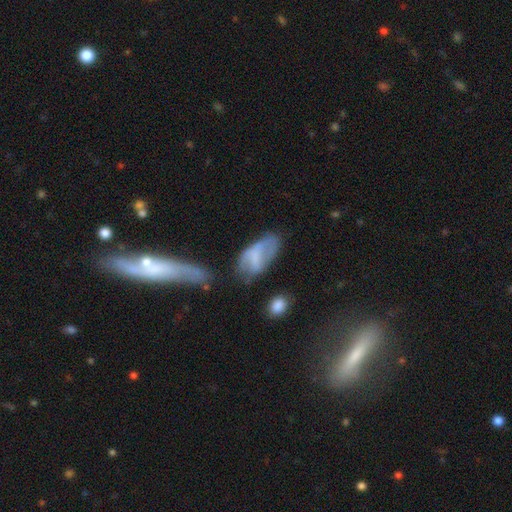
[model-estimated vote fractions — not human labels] This is possibly a smooth galaxy (54%). How rounded: clearly in between (91%). Merging: marginally none (39%).